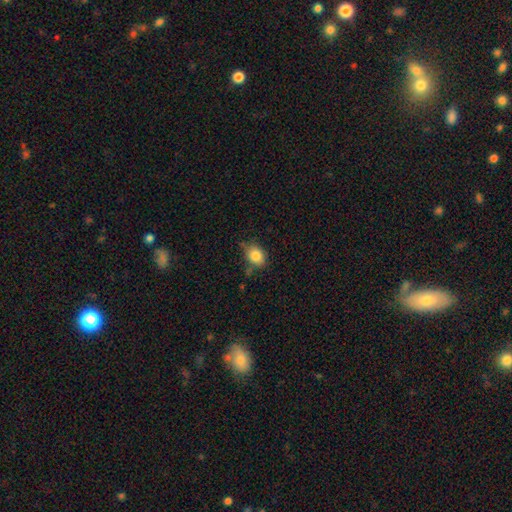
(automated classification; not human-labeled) Smooth or featured? Predicted: smooth (p=0.84). How rounded? Predicted: in between (p=0.62). Merging? Predicted: none (p=0.67).